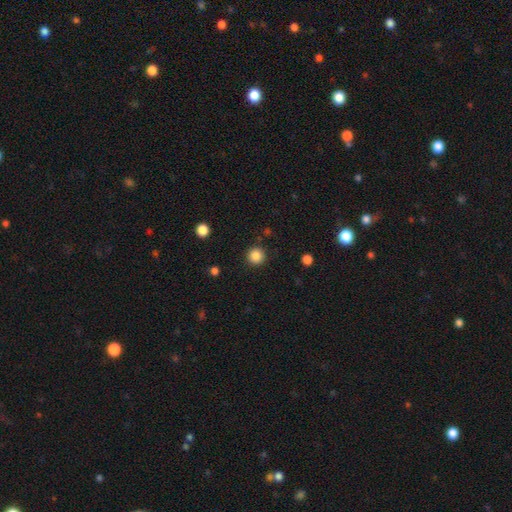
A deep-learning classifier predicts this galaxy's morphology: smooth-or-featured: smooth: 86% | star or artifact: 11% | featured or disk: 3%
  how-rounded: round: 95% | in between: 4% | cigar-shaped: 1%
  merging: none: 91% | minor disturbance: 5% | major disturbance: 2% | merger: 1%